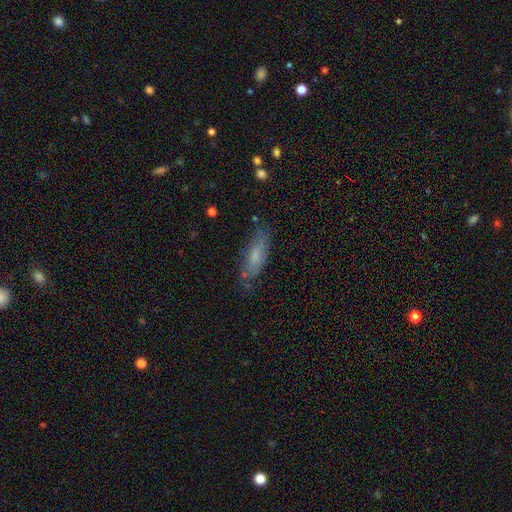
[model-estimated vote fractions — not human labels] smooth-or-featured: smooth: 66% | featured or disk: 26% | star or artifact: 7%
  how-rounded: in between: 53% | cigar-shaped: 46% | round: 2%
  merging: none: 72% | minor disturbance: 20% | major disturbance: 6% | merger: 3%